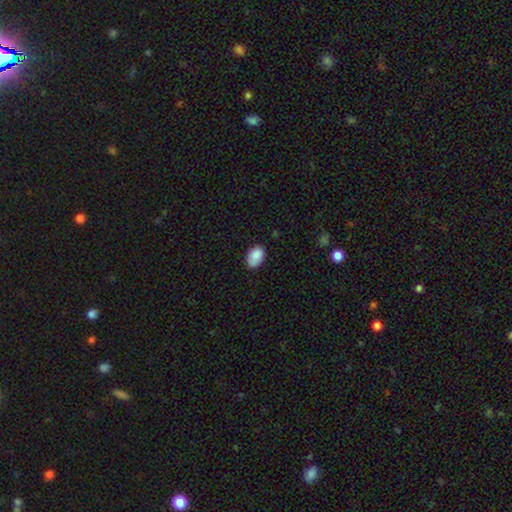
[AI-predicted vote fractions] The model was most divided on "merging": none: 76%, minor disturbance: 19%, major disturbance: 3%, merger: 1%. More confident: how rounded — in between (89%); smooth or featured — smooth (87%).